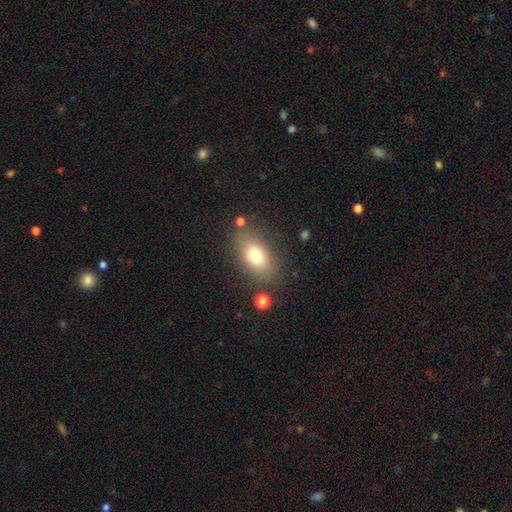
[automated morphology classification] smooth 76%, featured or disk 15%, star or artifact 10%. Down the decision tree: how rounded — in between (85%); merging — none (77%).